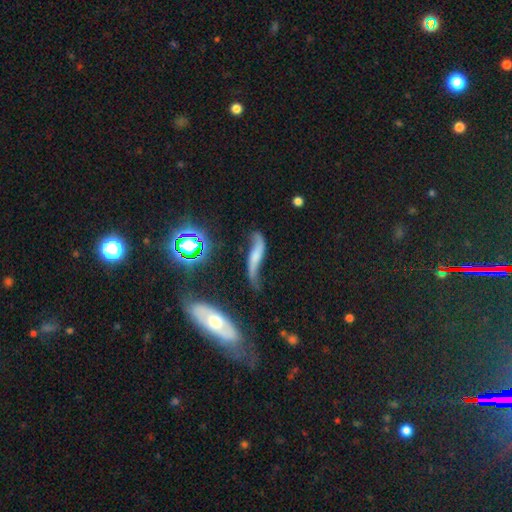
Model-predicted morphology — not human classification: This is likely a featured or disk galaxy (62%). It is likely not viewed edge-on (70%). Merging: marginally none (42%).